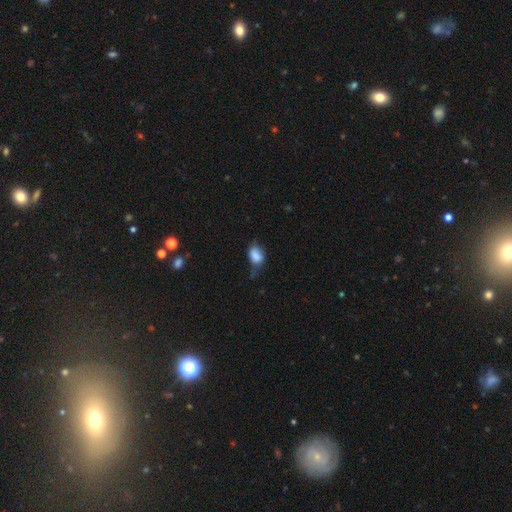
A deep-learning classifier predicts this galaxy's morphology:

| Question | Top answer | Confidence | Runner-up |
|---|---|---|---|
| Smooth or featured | smooth | 82% | featured or disk (9%) |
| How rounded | in between | 79% | round (19%) |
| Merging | minor disturbance | 40% | none (37%) |